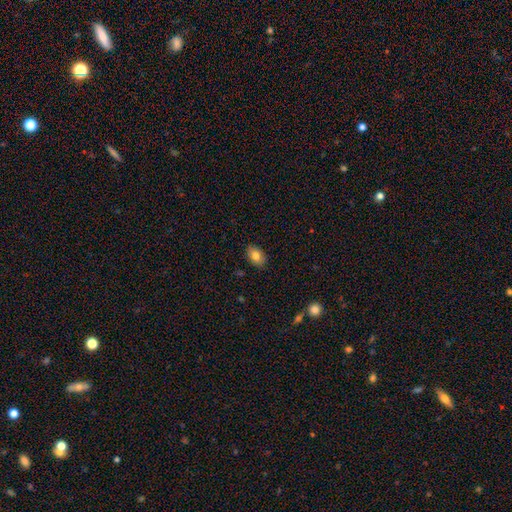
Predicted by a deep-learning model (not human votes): This is clearly a smooth galaxy (83%). How rounded: clearly in between (87%). Merging: clearly none (87%).